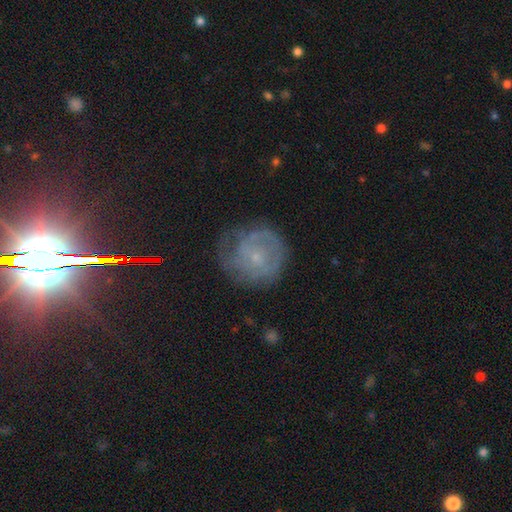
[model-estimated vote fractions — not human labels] This appears to be a featured or disk galaxy (63%) with no bar (72%), spiral arms (81%) and a small central bulge (77%). Merging: none (64%).